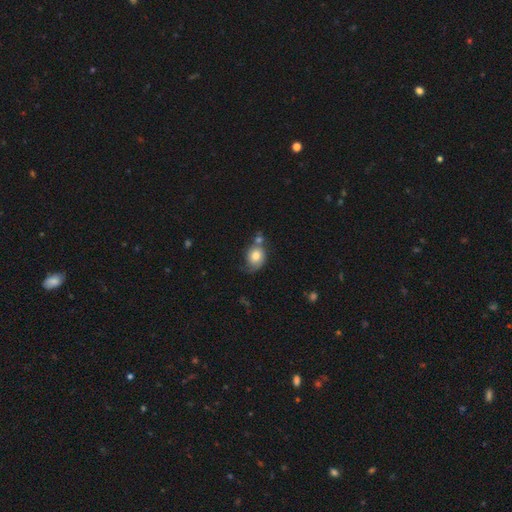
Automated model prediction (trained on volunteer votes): Smooth or featured? Predicted: smooth (p=0.71). How rounded? Predicted: round (p=0.54). Merging? Predicted: none (p=0.37).